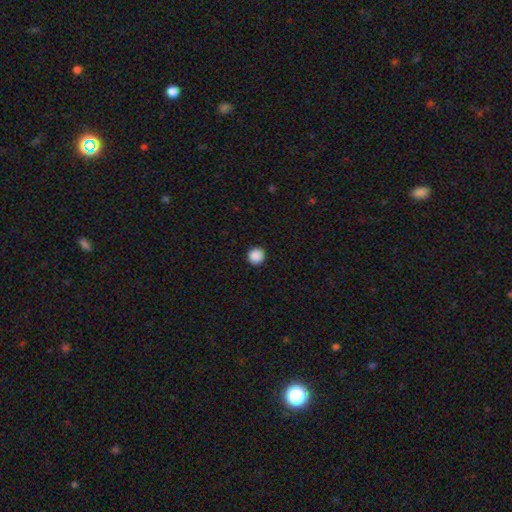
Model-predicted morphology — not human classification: This is clearly a smooth galaxy (89%). How rounded: clearly round (96%). Merging: clearly none (93%).